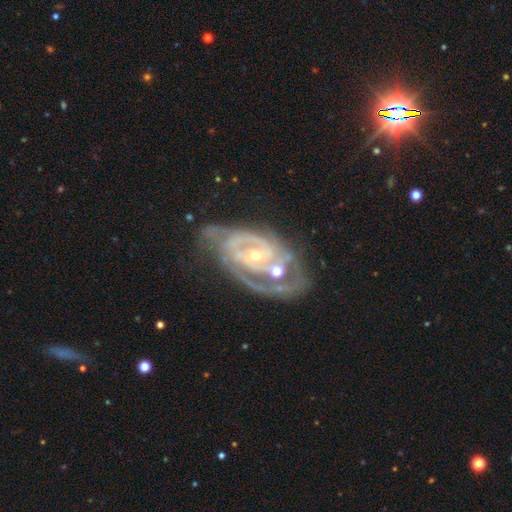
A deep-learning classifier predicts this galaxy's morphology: Q: Smooth or featured?
A: featured or disk (89%); runner-up: star or artifact (6%)
Q: Edge-on disk?
A: no (97%); runner-up: yes (3%)
Q: Bar?
A: no (50%); runner-up: weak (34%)
Q: Spiral arms?
A: yes (95%); runner-up: no (5%)
Q: Spiral winding?
A: tight (60%); runner-up: medium (33%)
Q: Spiral arm count?
A: 2 (57%); runner-up: can't tell (17%)
Q: Bulge size?
A: small (55%); runner-up: moderate (41%)
Q: Merging?
A: none (45%); runner-up: minor disturbance (23%)